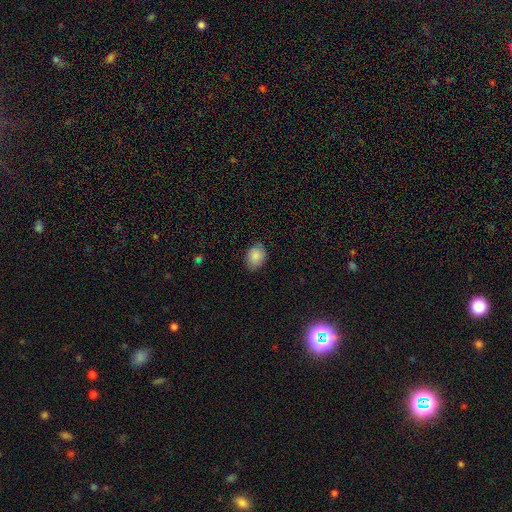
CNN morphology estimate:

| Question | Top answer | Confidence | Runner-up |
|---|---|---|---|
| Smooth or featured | smooth | 85% | star or artifact (8%) |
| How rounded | in between | 54% | round (45%) |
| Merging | none | 76% | minor disturbance (20%) |